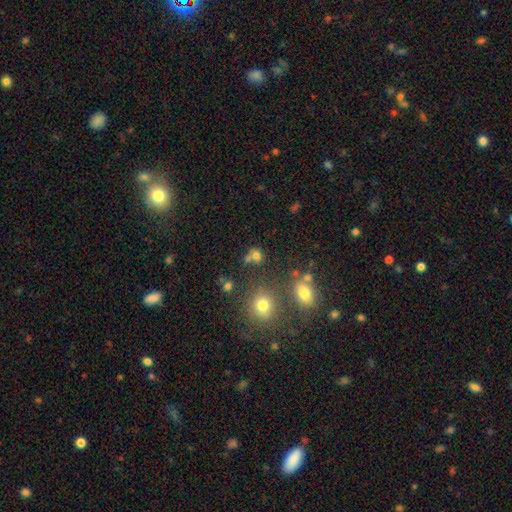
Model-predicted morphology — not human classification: smooth-or-featured: smooth: 73% | star or artifact: 18% | featured or disk: 9%
  how-rounded: round: 69% | in between: 29% | cigar-shaped: 2%
  merging: none: 55% | merger: 24% | minor disturbance: 14% | major disturbance: 7%